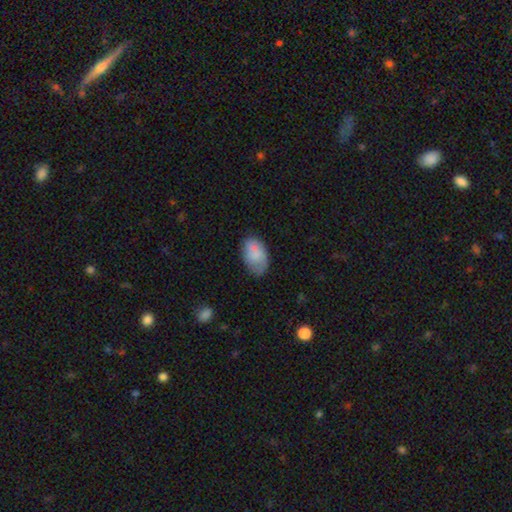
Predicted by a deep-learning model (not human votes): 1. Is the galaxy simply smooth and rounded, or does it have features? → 78% smooth, 15% featured or disk, 7% star or artifact.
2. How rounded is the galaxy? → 92% in between, 7% round, 1% cigar-shaped.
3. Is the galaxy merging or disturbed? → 61% none, 28% minor disturbance, 7% major disturbance, 5% merger.